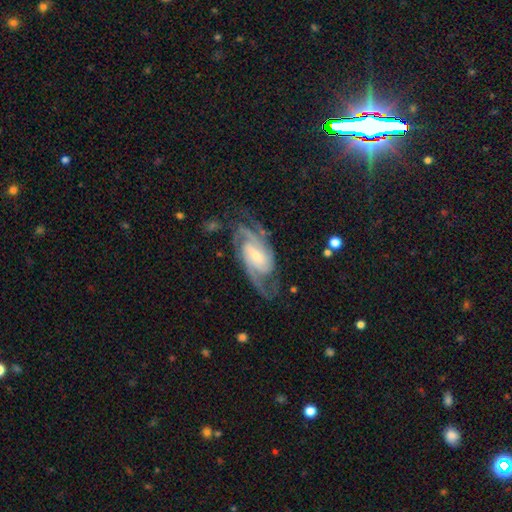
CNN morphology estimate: Smooth or featured? featured or disk (91%)
Edge-on disk? no (96%)
Bar? weak (45%)
Spiral arms? yes (98%)
Spiral winding? medium (46%, tied with tight)
Spiral arm count? 2 (48%)
Bulge size? small (58%)
Merging? none (74%)